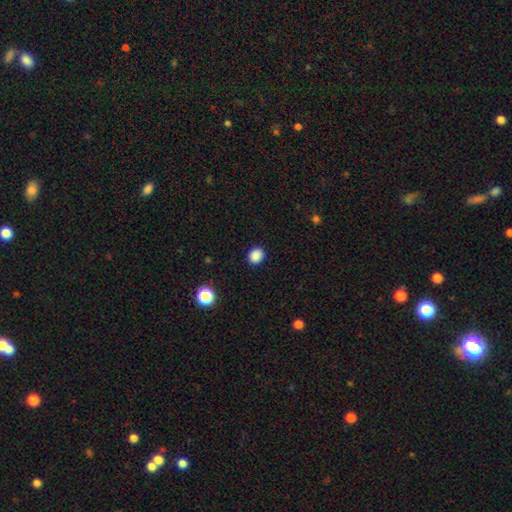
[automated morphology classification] Smooth or featured? Predicted: smooth (p=0.87). How rounded? Predicted: round (p=0.62). Merging? Predicted: none (p=0.90).